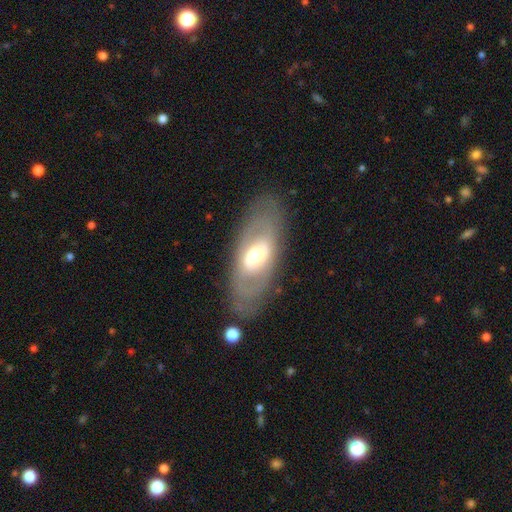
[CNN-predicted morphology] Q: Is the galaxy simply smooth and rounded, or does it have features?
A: featured or disk — 59%.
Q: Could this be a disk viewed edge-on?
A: no — 84%.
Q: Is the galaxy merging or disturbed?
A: none — 81%.